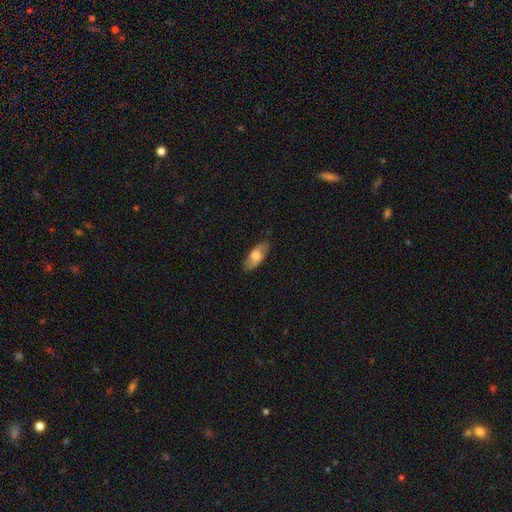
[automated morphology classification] Smooth or featured? Predicted: smooth (p=0.58). How rounded? Predicted: in between (p=0.83). Merging? Predicted: none (p=0.83).